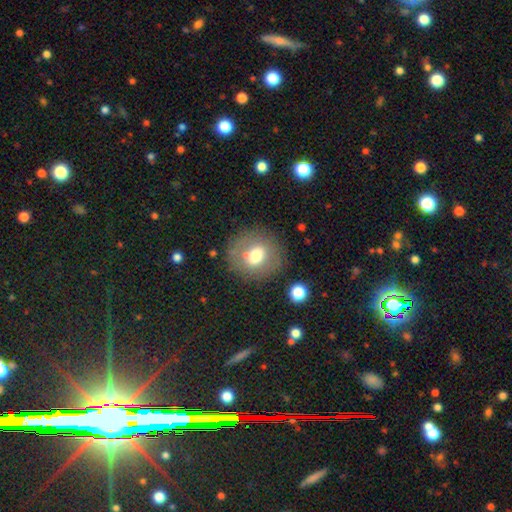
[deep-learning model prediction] smooth-or-featured: smooth: 62% | featured or disk: 27% | star or artifact: 11%
  how-rounded: round: 76% | in between: 23% | cigar-shaped: 1%
  merging: none: 75% | minor disturbance: 13% | major disturbance: 6% | merger: 5%